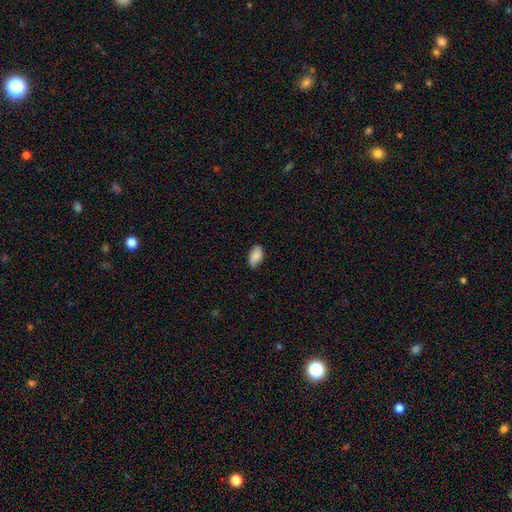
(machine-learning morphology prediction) Overall: smooth (84%). How rounded: in between (92%). Merging: none (78%).